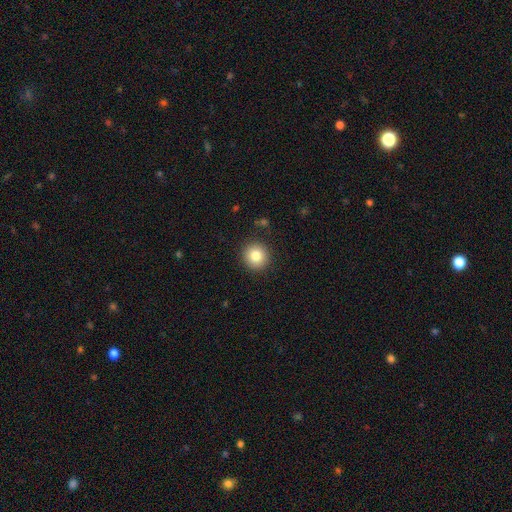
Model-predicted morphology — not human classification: type=smooth (83%); roundness=round (94%); merging=none (91%).